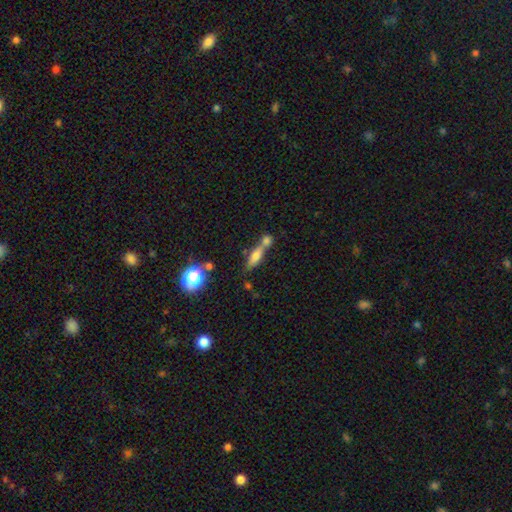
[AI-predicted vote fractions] smooth 61%, featured or disk 27%, star or artifact 12%. Down the decision tree: how rounded — cigar-shaped (52%); merging — merger (43%).